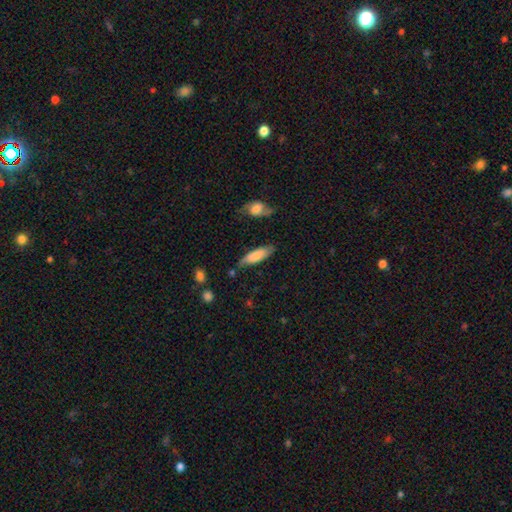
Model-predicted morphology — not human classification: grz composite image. It shows a smooth galaxy with no disk features (73%) that is cigar-shaped (49%, tied with in between). Merging: none (66%).